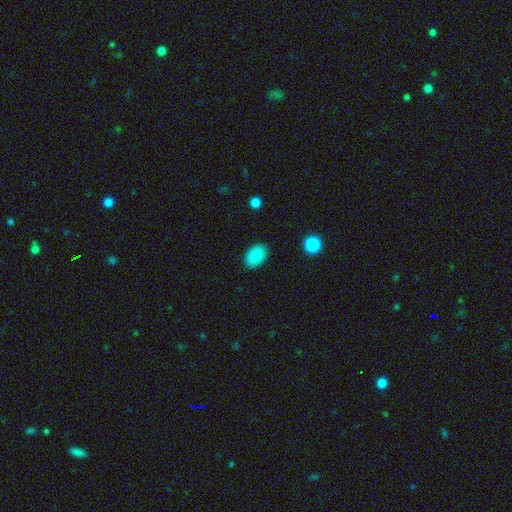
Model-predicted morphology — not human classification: smooth 89%, star or artifact 8%, featured or disk 3%. Down the decision tree: how rounded — in between (83%); merging — none (89%).